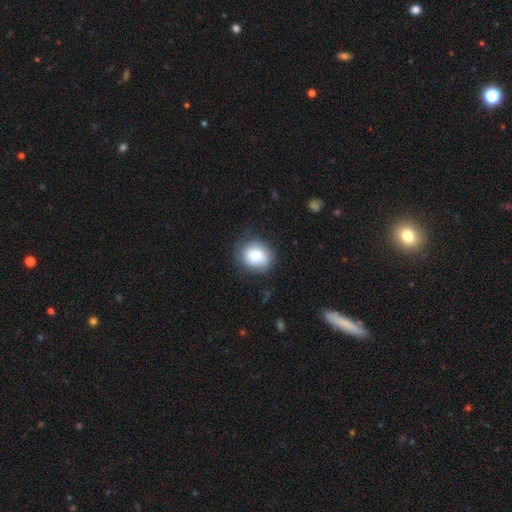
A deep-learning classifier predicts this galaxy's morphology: smooth-or-featured: smooth: 78% | featured or disk: 15% | star or artifact: 7%
  how-rounded: round: 66% | in between: 33% | cigar-shaped: 1%
  merging: none: 71% | minor disturbance: 20% | major disturbance: 7% | merger: 2%